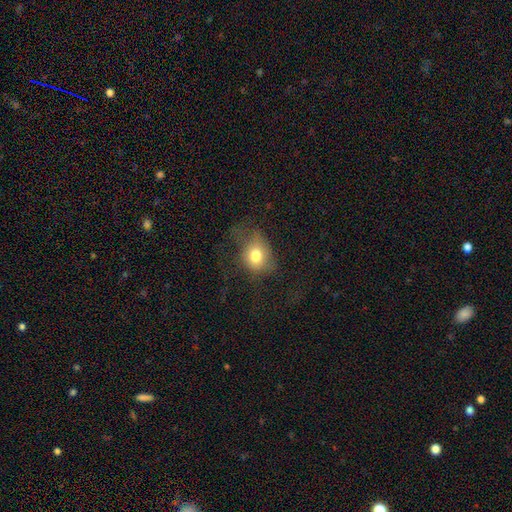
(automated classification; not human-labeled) smooth_or_featured: smooth (p=0.75) [alt: featured or disk p=0.13]
how_rounded: round (p=0.52) [alt: in between p=0.47]
merging: none (p=0.43) [alt: minor disturbance p=0.28]